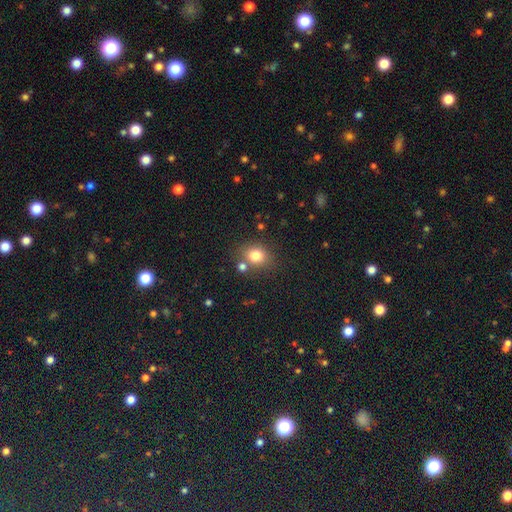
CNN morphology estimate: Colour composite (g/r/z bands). It shows a smooth galaxy with no disk features (79%) that is round (64%). Merging: none (69%).